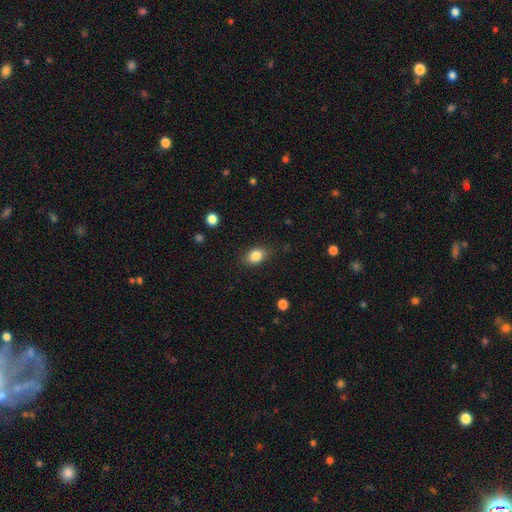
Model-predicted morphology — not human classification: Overall: smooth (85%). How rounded: in between (77%). Merging: none (82%).